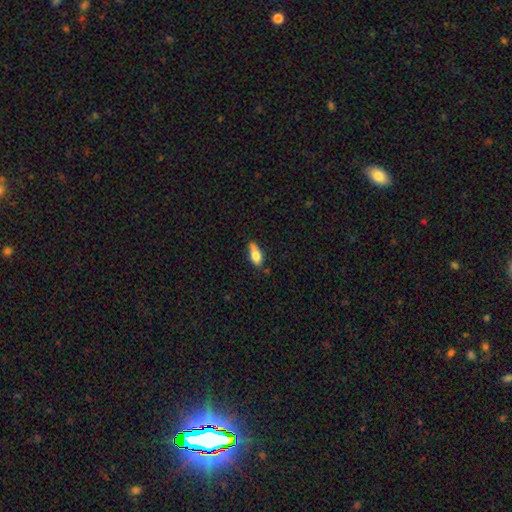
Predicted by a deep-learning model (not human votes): Overall: smooth (79%). How rounded: in between (85%). Merging: none (49%; minor disturbance 30%).